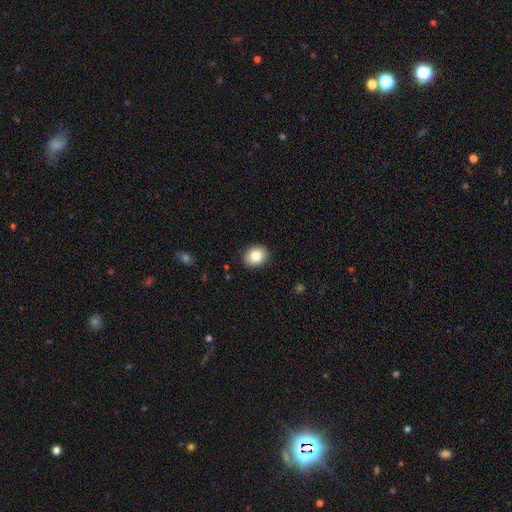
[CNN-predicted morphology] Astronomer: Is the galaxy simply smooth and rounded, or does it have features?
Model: smooth — 83%.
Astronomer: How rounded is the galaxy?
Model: round — 55% (runner-up: in between, 44%).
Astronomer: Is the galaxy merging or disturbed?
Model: none — 90%.